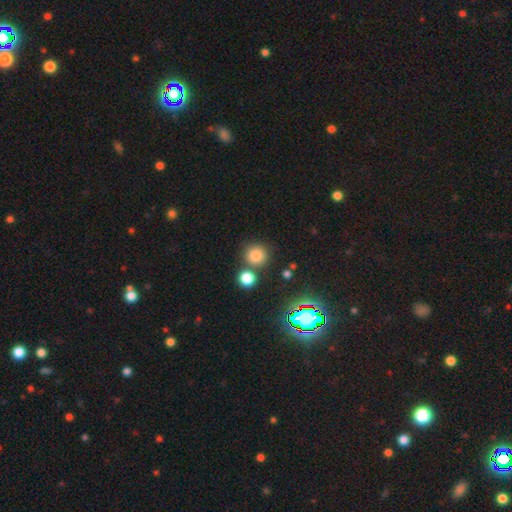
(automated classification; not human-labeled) A smooth galaxy with no disk features (79%) that is round (92%). Merging: none (75%).